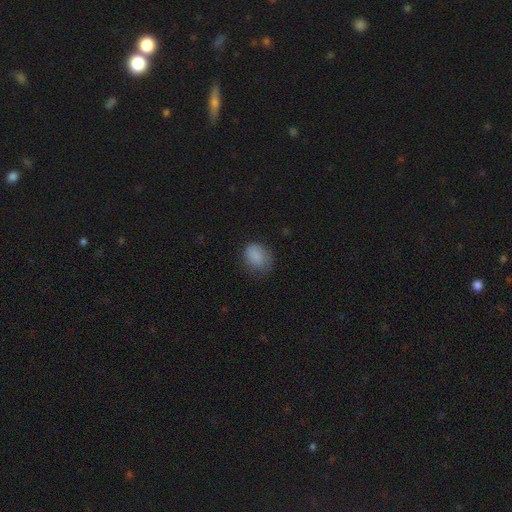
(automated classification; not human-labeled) Smooth or featured? smooth (85%)
How rounded? round (52%)
Merging? none (65%)